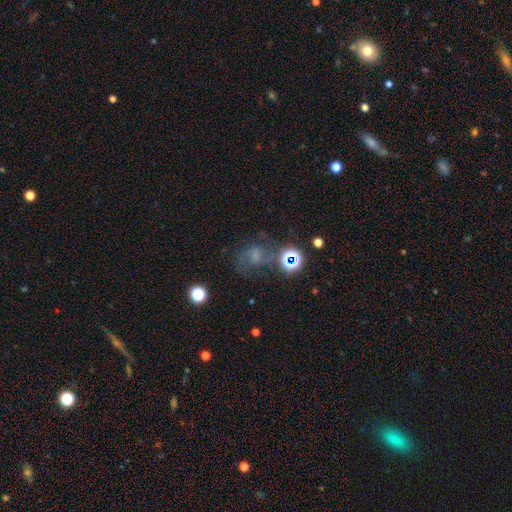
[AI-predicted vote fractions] featured or disk 40%, star or artifact 31%, smooth 30%. Down the decision tree: merging — none (50%).